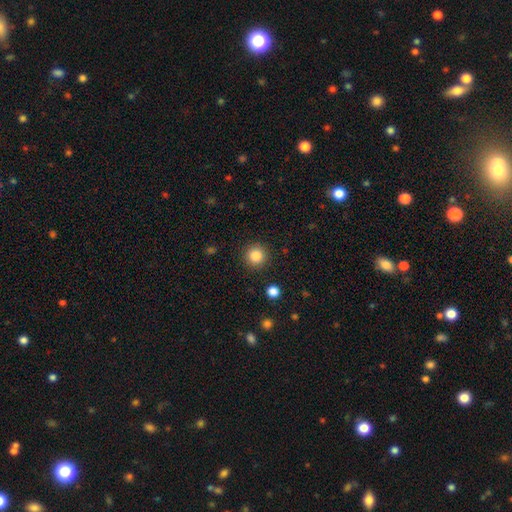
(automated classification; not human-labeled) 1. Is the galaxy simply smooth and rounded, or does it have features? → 85% smooth, 11% star or artifact, 4% featured or disk.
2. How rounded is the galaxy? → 95% round, 4% in between, 1% cigar-shaped.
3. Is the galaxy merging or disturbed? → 91% none, 5% minor disturbance, 2% major disturbance, 1% merger.